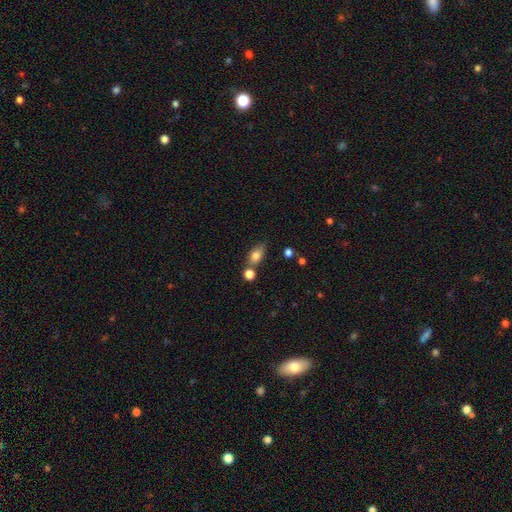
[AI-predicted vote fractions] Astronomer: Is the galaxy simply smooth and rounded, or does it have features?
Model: smooth — 79%.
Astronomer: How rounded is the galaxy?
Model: in between — 77%.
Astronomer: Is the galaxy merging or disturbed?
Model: none — 57%.